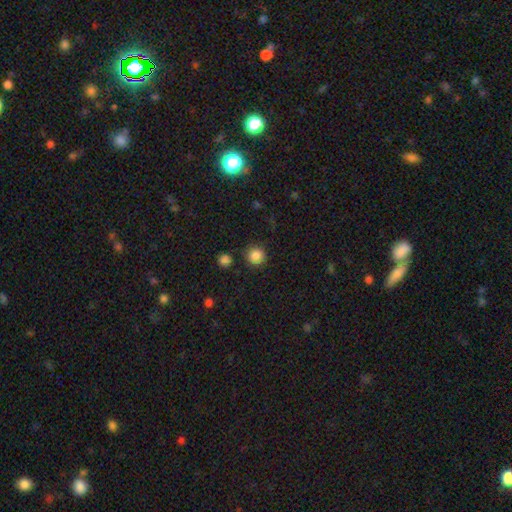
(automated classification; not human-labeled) Overall: smooth (86%). How rounded: round (94%). Merging: none (88%).